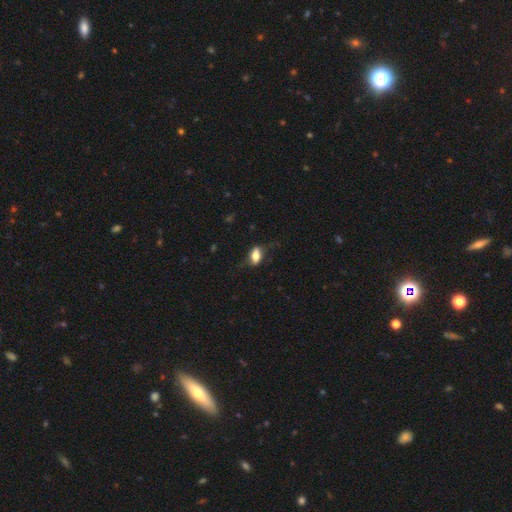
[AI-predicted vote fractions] Smooth or featured?
  - smooth: 68% *
  - featured or disk: 23%
  - star or artifact: 8%
How rounded?
  - in between: 83% *
  - cigar-shaped: 9%
  - round: 8%
Merging?
  - none: 64% *
  - minor disturbance: 24%
  - major disturbance: 11%
  - merger: 2%